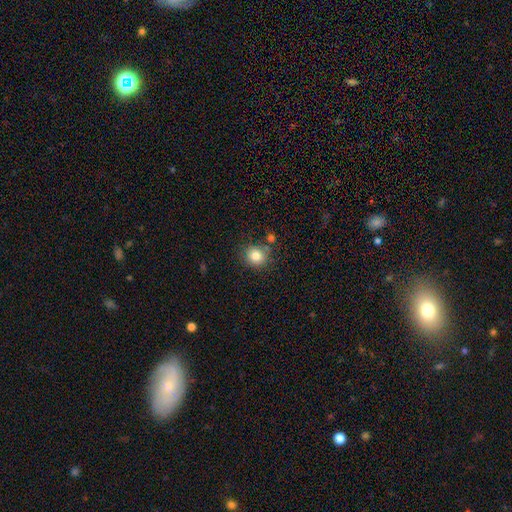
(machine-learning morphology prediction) Smooth or featured? Predicted: smooth (p=0.83). How rounded? Predicted: round (p=0.82). Merging? Predicted: none (p=0.75).